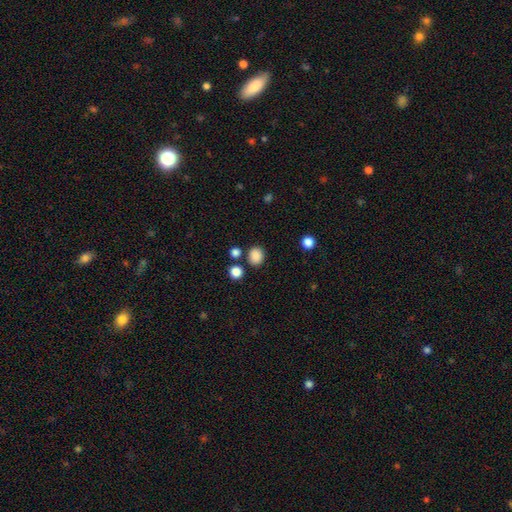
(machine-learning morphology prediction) type=smooth (86%); roundness=round (71%); merging=none (81%).